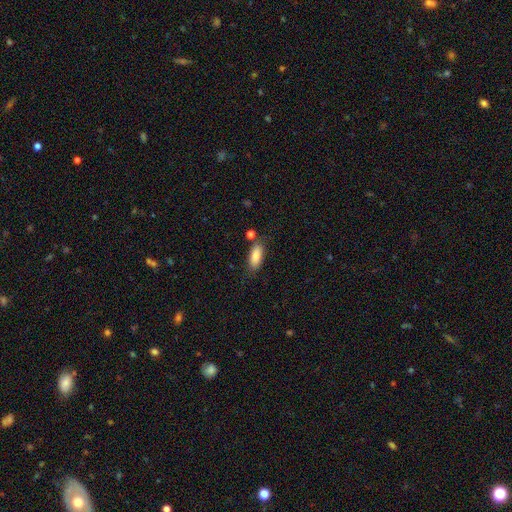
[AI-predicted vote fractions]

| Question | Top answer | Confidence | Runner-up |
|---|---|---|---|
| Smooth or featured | smooth | 85% | featured or disk (8%) |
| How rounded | in between | 80% | cigar-shaped (18%) |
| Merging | none | 72% | minor disturbance (15%) |